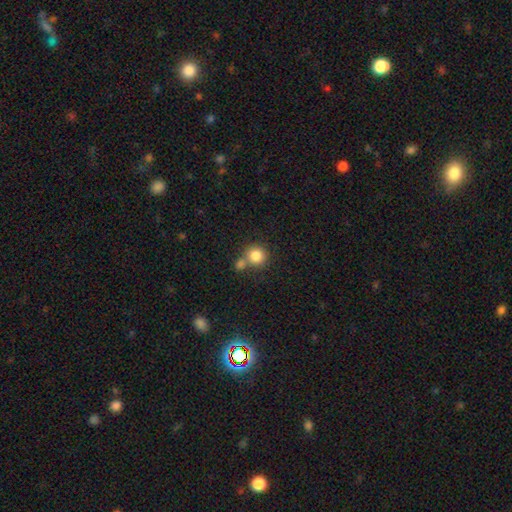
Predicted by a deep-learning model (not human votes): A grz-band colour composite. It shows a smooth galaxy with no disk features (84%) that is round (91%). Merging: none (58%).